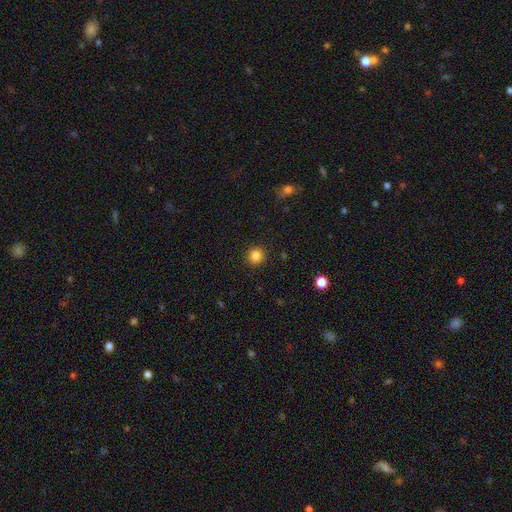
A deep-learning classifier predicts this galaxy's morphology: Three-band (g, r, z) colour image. It shows a smooth galaxy with no disk features (85%) that is round (94%). Merging: none (92%).